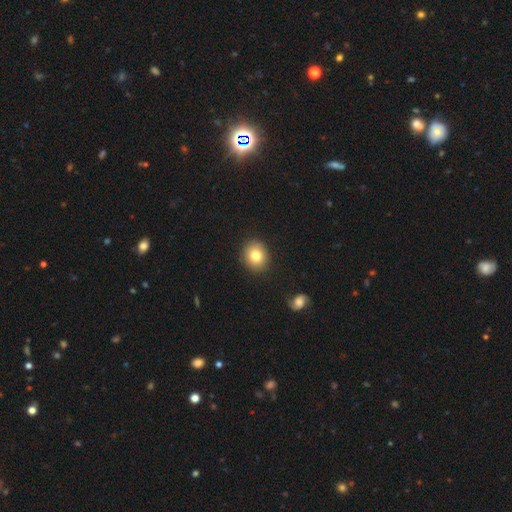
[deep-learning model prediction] Smooth or featured? smooth (80%)
How rounded? round (74%)
Merging? none (89%)